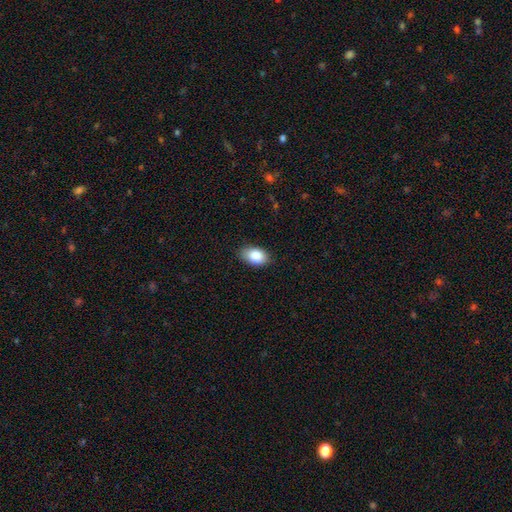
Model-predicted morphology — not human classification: smooth 87%, star or artifact 7%, featured or disk 6%. Down the decision tree: how rounded — in between (90%); merging — none (84%).